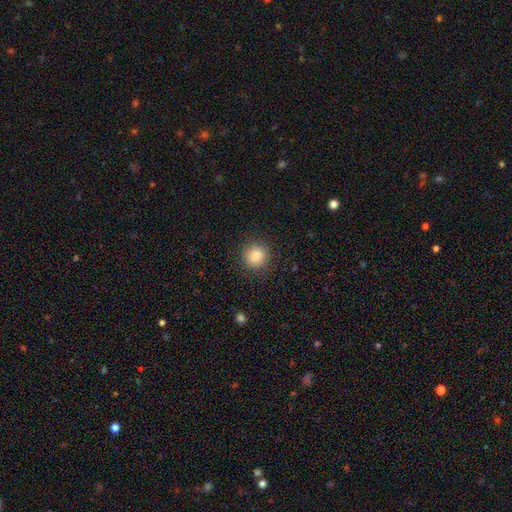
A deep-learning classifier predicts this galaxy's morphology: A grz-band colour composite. It shows a smooth galaxy with no disk features (83%) that is round (93%). Merging: none (90%).